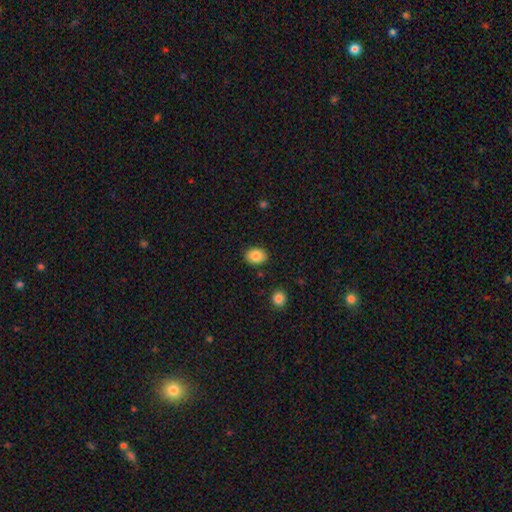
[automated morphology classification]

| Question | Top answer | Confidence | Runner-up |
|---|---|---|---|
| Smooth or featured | smooth | 86% | star or artifact (8%) |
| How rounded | in between | 62% | round (38%) |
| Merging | none | 87% | minor disturbance (8%) |